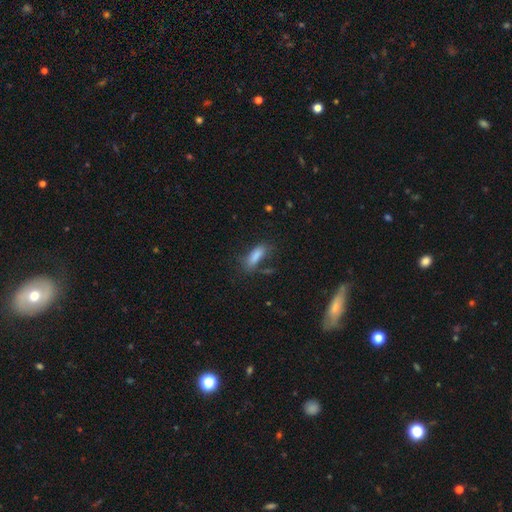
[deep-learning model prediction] A smooth galaxy with no disk features (75%) that is in between round and cigar-shaped (55%). Merging: none (56%).